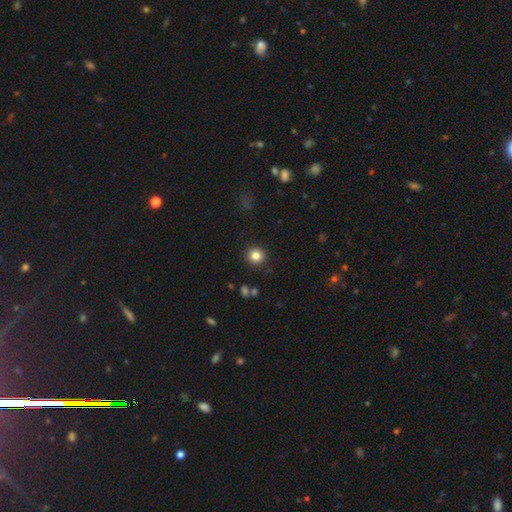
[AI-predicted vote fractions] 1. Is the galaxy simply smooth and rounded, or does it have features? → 82% smooth, 12% star or artifact, 6% featured or disk.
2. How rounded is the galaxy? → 93% round, 6% in between, 1% cigar-shaped.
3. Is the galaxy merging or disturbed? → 91% none, 5% minor disturbance, 2% major disturbance, 2% merger.